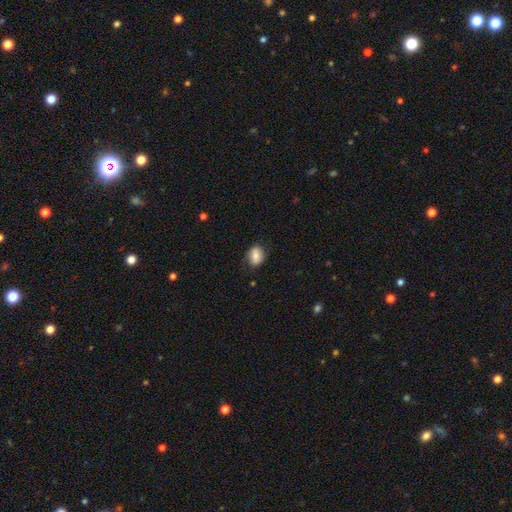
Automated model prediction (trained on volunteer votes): Smooth or featured? smooth (78%)
How rounded? in between (66%)
Merging? none (80%)